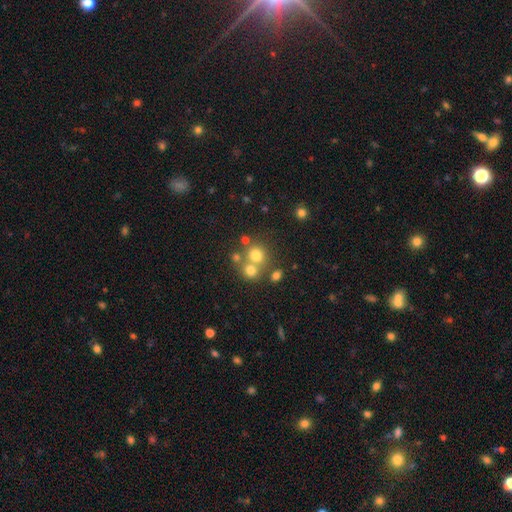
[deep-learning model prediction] Smooth or featured? Predicted: smooth (p=0.70). How rounded? Predicted: round (p=0.85). Merging? Predicted: none (p=0.53).